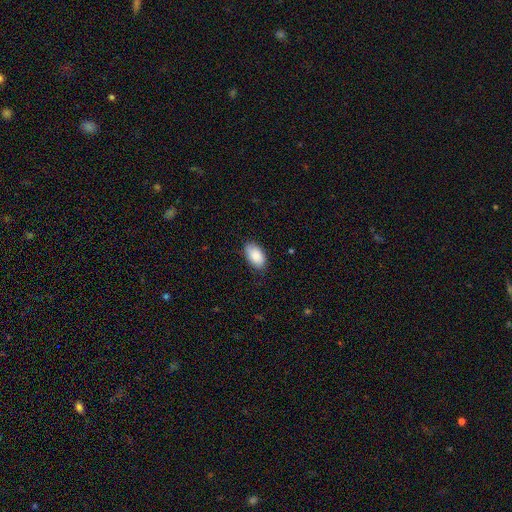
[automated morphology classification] This is clearly a smooth galaxy (87%). How rounded: clearly in between (94%). Merging: likely none (79%).